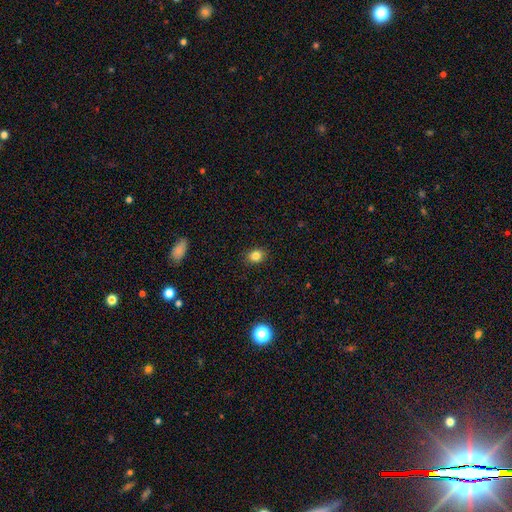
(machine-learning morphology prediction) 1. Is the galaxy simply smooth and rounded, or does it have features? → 82% smooth, 12% star or artifact, 6% featured or disk.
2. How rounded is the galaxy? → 57% round, 42% in between, 1% cigar-shaped.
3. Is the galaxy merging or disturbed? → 89% none, 8% minor disturbance, 2% major disturbance, 1% merger.